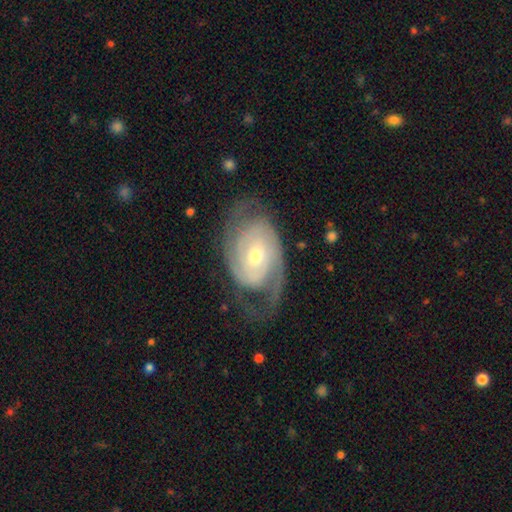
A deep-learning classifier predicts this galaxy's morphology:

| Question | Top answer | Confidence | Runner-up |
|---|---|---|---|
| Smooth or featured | featured or disk | 88% | smooth (8%) |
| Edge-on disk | no | 96% | yes (4%) |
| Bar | no | 59% | weak (31%) |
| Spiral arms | yes | 96% | no (4%) |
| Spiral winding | tight | 55% | medium (34%) |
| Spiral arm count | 2 | 71% | can't tell (13%) |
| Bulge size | moderate | 51% | small (45%) |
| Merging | none | 68% | minor disturbance (18%) |